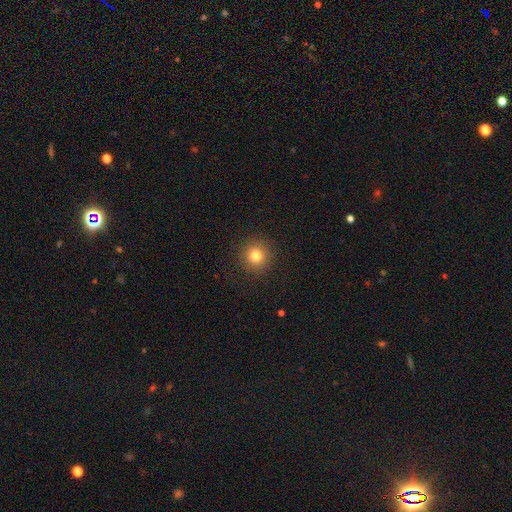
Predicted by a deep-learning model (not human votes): Smooth or featured? smooth (80%)
How rounded? round (94%)
Merging? none (91%)